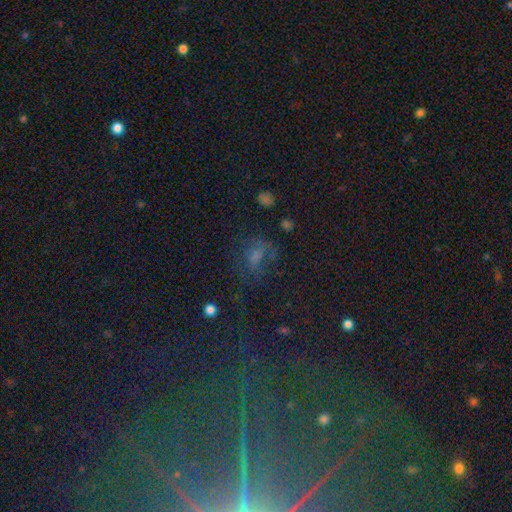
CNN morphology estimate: This is marginally a smooth galaxy (39%). Merging: possibly none (49%).